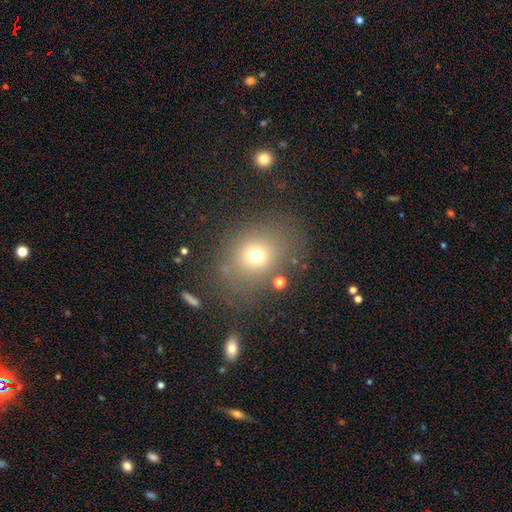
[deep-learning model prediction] Morphology: type=smooth (69%); roundness=round (54%); merging=none (76%).